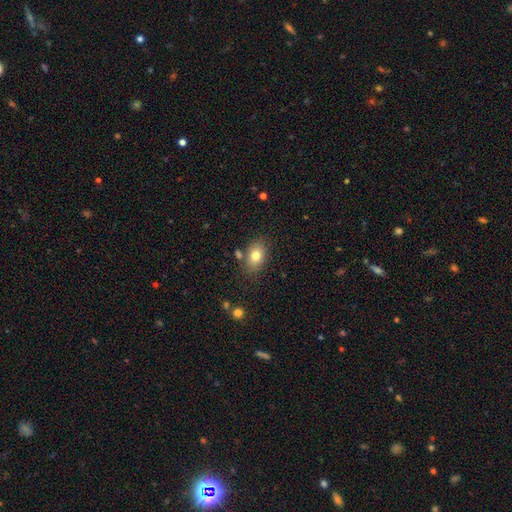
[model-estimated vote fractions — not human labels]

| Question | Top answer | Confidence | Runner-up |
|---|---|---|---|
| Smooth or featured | smooth | 79% | featured or disk (11%) |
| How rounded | in between | 77% | round (22%) |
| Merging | none | 78% | minor disturbance (13%) |